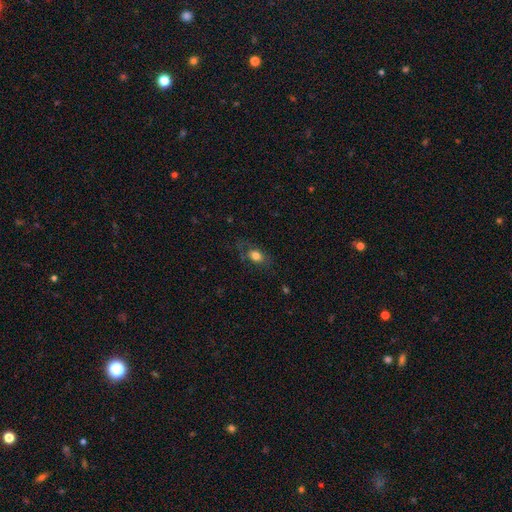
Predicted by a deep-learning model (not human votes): smooth 73%, featured or disk 17%, star or artifact 10%. Down the decision tree: how rounded — in between (71%); merging — none (64%).